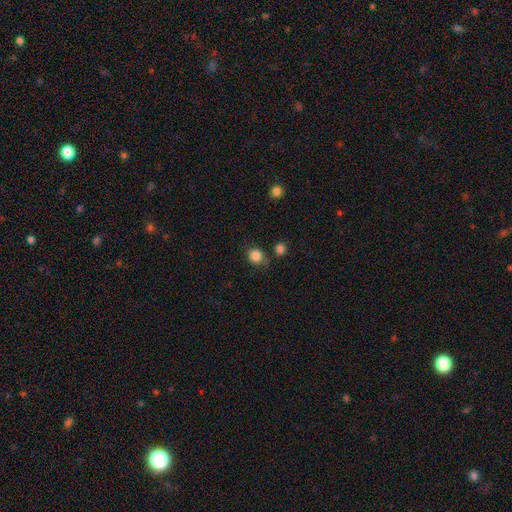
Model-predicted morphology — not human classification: Overall: smooth (85%). How rounded: round (80%). Merging: none (68%).